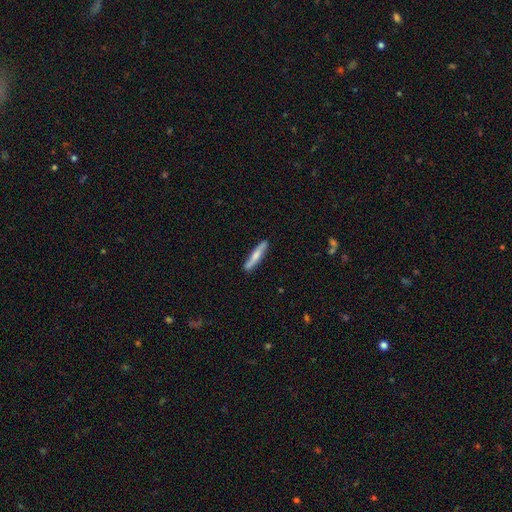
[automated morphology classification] This appears to be a smooth galaxy with no disk features (59%) that is cigar-shaped (90%). Merging: none (86%).